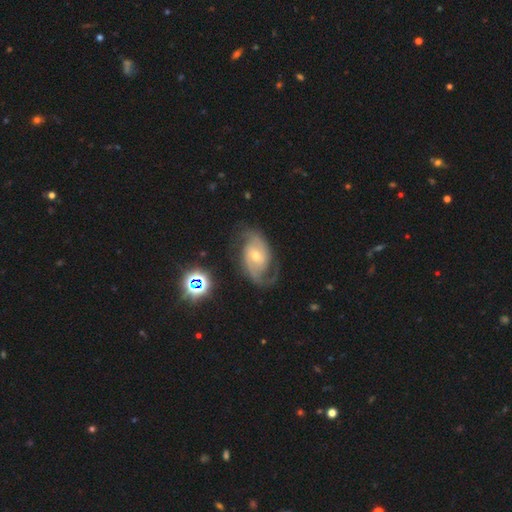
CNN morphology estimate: Smooth or featured?
  - featured or disk: 86% *
  - star or artifact: 7%
  - smooth: 7%
Edge-on disk?
  - no: 97% *
  - yes: 3%
Bar?
  - no: 53% *
  - weak: 37%
  - strong: 10%
Spiral arms?
  - yes: 96% *
  - no: 4%
Spiral winding?
  - medium: 50% *
  - tight: 26%
  - loose: 24%
Spiral arm count?
  - 2: 86% *
  - can't tell: 6%
  - 3: 3%
  - 1: 3%
  - 4: 1%
  - more than 4: 1%
Bulge size?
  - moderate: 50% *
  - small: 46%
  - large: 2%
  - none: 1%
  - dominant: 1%
Merging?
  - none: 71% *
  - minor disturbance: 17%
  - major disturbance: 10%
  - merger: 2%